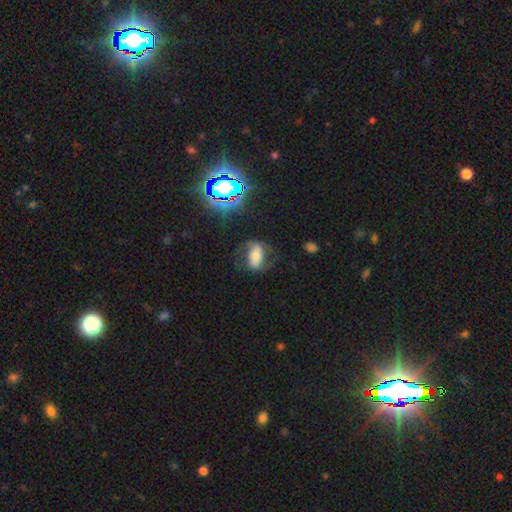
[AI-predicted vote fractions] This appears to be a featured or disk galaxy (52%). Merging: none (61%).